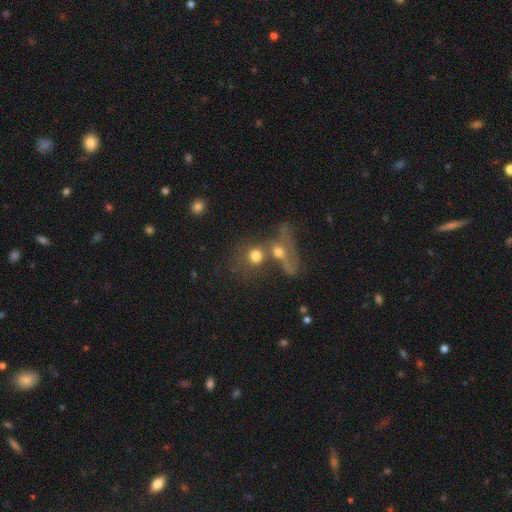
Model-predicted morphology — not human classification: This is likely a smooth galaxy (67%). How rounded: likely round (73%). Merging: possibly merger (57%).